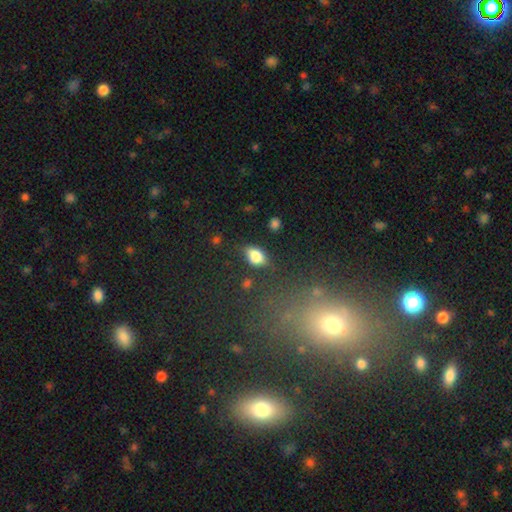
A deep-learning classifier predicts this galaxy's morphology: A smooth galaxy with no disk features (80%) that is in between round and cigar-shaped (85%).

Vote fractions:
- Smooth or featured? smooth: 80% / featured or disk: 12% / star or artifact: 9%
- How rounded? in between: 85% / round: 11% / cigar-shaped: 3%
- Merging? none: 66% / minor disturbance: 23% / major disturbance: 6% / merger: 5%